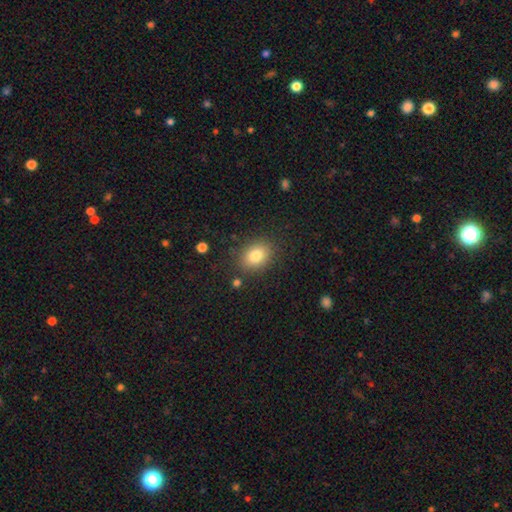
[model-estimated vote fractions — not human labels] smooth-or-featured: smooth: 81% | star or artifact: 10% | featured or disk: 9%
  how-rounded: in between: 60% | round: 39% | cigar-shaped: 1%
  merging: none: 83% | minor disturbance: 11% | major disturbance: 4% | merger: 2%